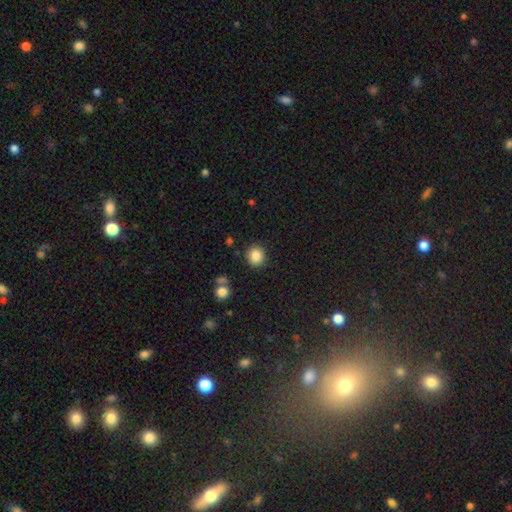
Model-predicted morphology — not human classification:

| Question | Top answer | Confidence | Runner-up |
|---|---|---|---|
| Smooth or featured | smooth | 85% | star or artifact (10%) |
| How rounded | round | 86% | in between (13%) |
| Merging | none | 88% | minor disturbance (7%) |